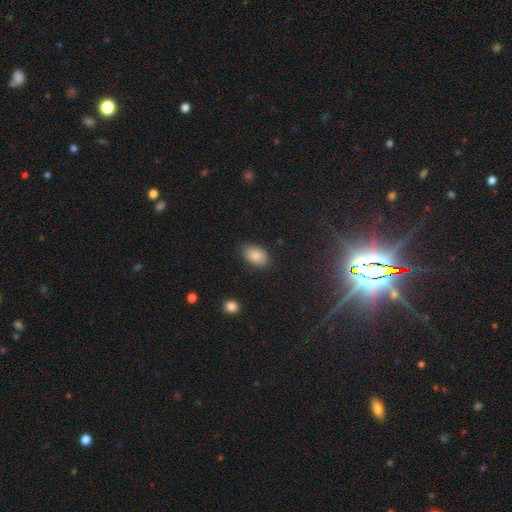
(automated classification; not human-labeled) A smooth galaxy with no disk features (87%) that is in between round and cigar-shaped (91%).

Vote fractions:
- Smooth or featured? smooth: 87% / star or artifact: 8% / featured or disk: 6%
- How rounded? in between: 91% / round: 8% / cigar-shaped: 1%
- Merging? none: 83% / minor disturbance: 13% / major disturbance: 3% / merger: 1%